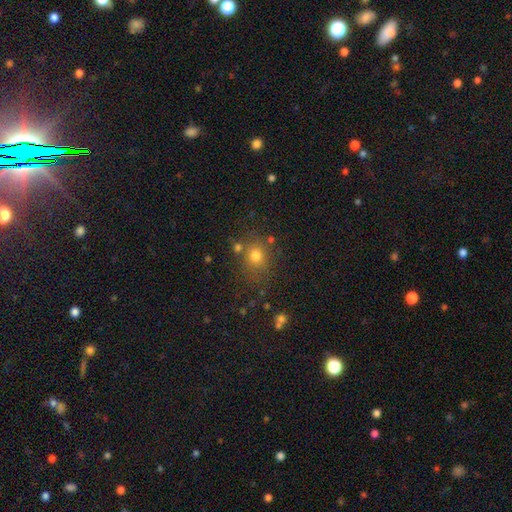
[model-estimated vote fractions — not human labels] Morphology: type=smooth (74%); roundness=round (75%); merging=none (74%).